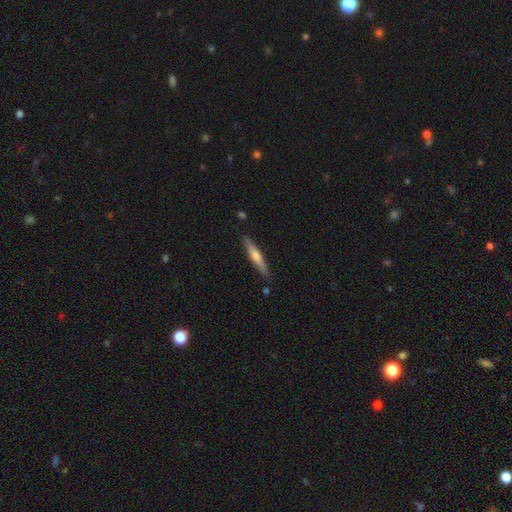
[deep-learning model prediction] The model was most divided on "smooth or featured": featured or disk: 48%, smooth: 46%, star or artifact: 6%. More confident: merging — none (86%).